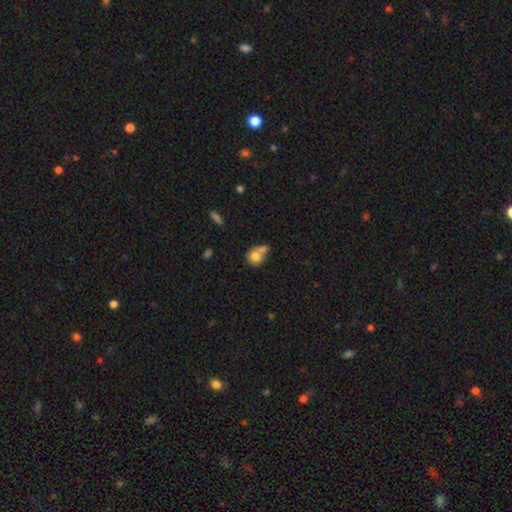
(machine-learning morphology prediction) This is likely a smooth galaxy (76%). How rounded: likely round (68%). Merging: possibly merger (49%).